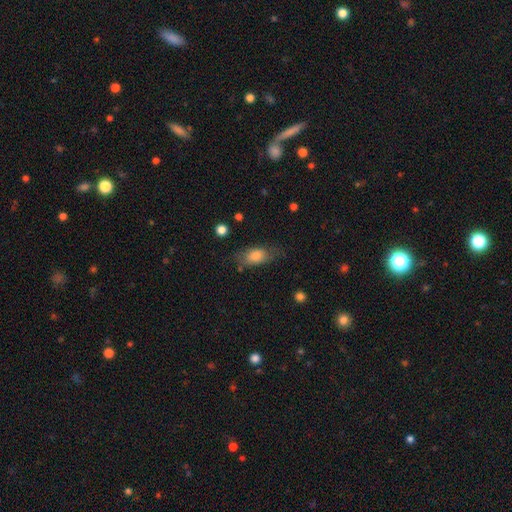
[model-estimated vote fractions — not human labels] This appears to be a smooth galaxy with no disk features (77%) that is in between round and cigar-shaped (85%). Merging: none (64%).